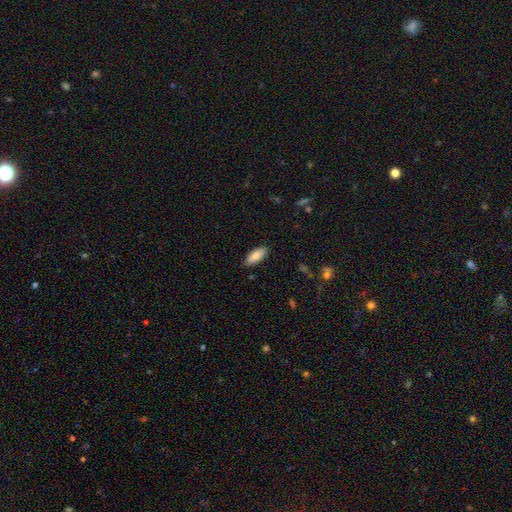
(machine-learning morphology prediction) smooth-or-featured: smooth: 86% | featured or disk: 8% | star or artifact: 6%
  how-rounded: in between: 82% | cigar-shaped: 17% | round: 2%
  merging: none: 86% | minor disturbance: 11% | major disturbance: 2% | merger: 1%